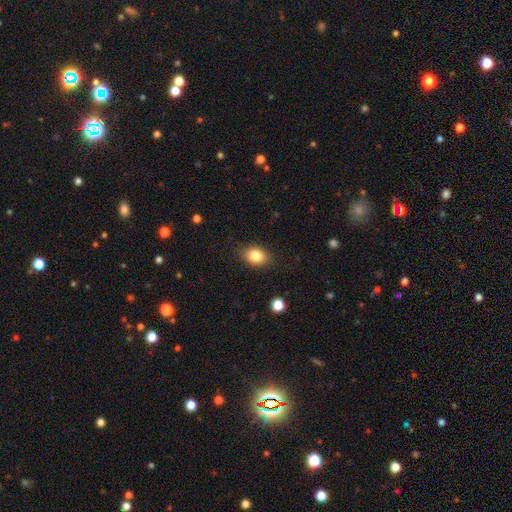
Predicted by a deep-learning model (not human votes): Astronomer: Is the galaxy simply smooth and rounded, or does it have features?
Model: smooth — 84%.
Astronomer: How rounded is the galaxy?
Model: in between — 71%.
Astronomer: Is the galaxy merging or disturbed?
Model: none — 86%.